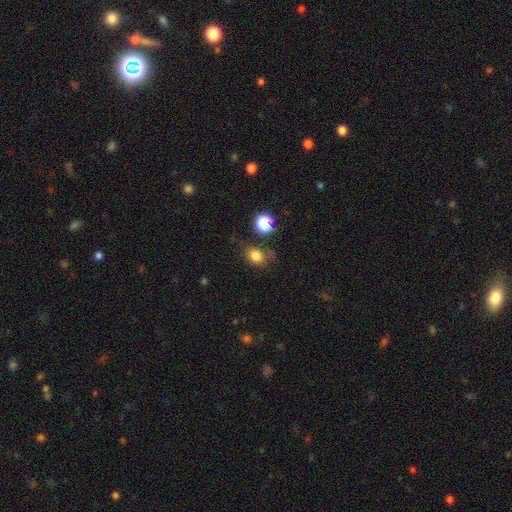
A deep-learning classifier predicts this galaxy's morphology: Smooth or featured? Predicted: smooth (p=0.79). How rounded? Predicted: in between (p=0.60). Merging? Predicted: none (p=0.65).